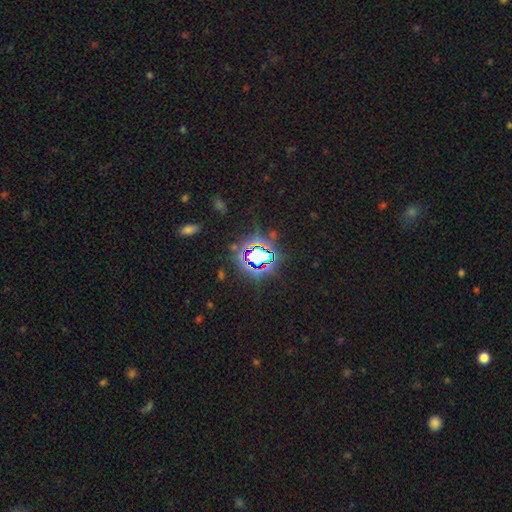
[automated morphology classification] A star or artifact, not a galaxy (72%).